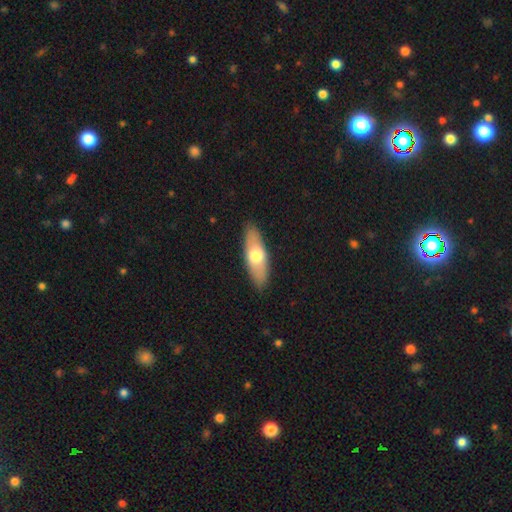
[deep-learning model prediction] A smooth galaxy with no disk features (62%) that is in between round and cigar-shaped (62%). Merging: none (88%).